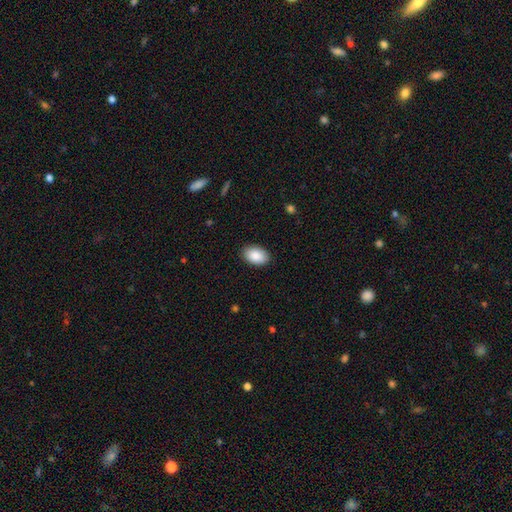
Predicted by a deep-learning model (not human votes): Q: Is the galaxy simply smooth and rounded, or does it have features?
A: smooth — 89%.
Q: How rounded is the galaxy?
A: in between — 91%.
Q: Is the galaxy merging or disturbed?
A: none — 88%.